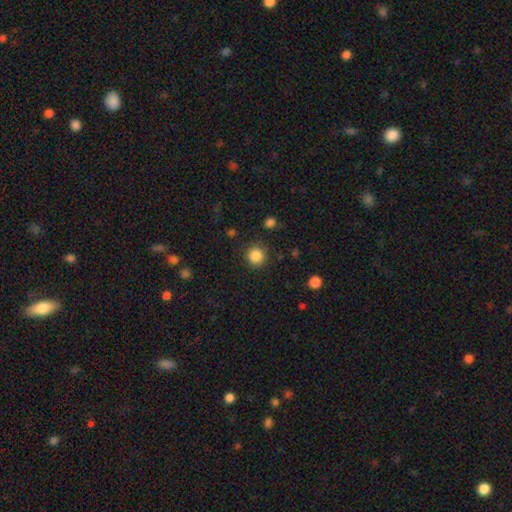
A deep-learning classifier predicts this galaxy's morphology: A smooth galaxy with no disk features (86%) that is round (94%). Merging: none (89%).